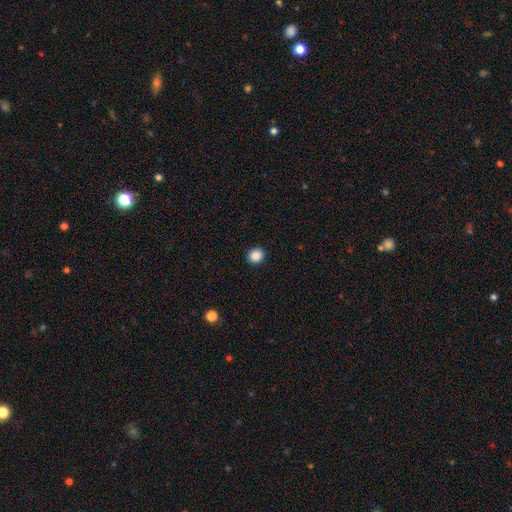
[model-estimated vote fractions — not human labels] Morphology: type=smooth (88%); roundness=round (83%); merging=none (92%).